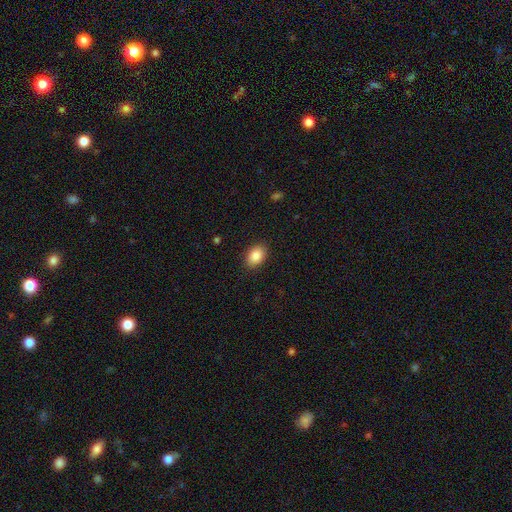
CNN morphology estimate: smooth_or_featured: smooth (p=0.87) [alt: star or artifact p=0.08]
how_rounded: in between (p=0.81) [alt: round p=0.18]
merging: none (p=0.88) [alt: minor disturbance p=0.08]